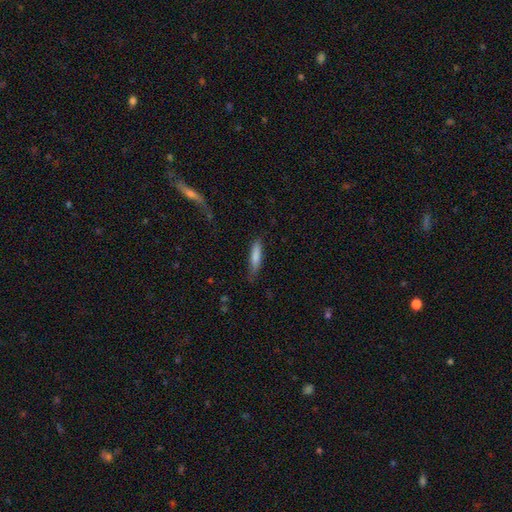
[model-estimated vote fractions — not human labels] A smooth galaxy with no disk features (79%) that is cigar-shaped (82%). Merging: none (76%).